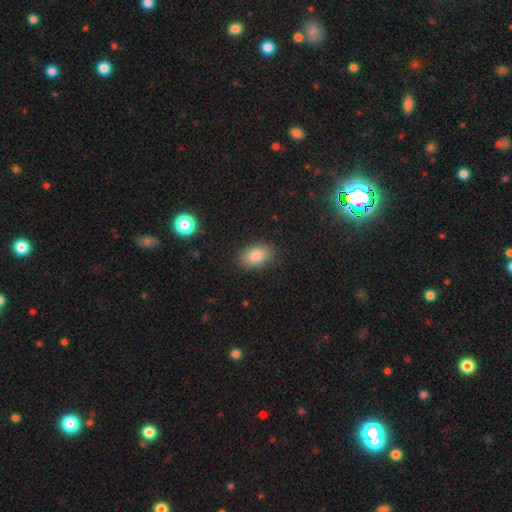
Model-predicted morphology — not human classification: The model was most divided on "smooth or featured": smooth: 84%, star or artifact: 8%, featured or disk: 7%. More confident: how rounded — in between (89%); merging — none (87%).